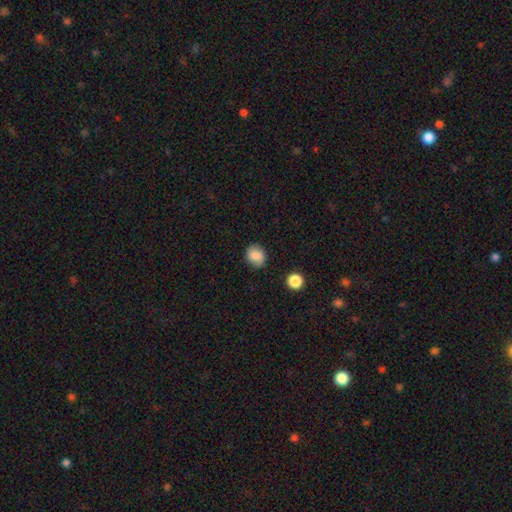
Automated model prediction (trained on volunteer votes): Smooth or featured? smooth (79%)
How rounded? round (64%)
Merging? none (82%)